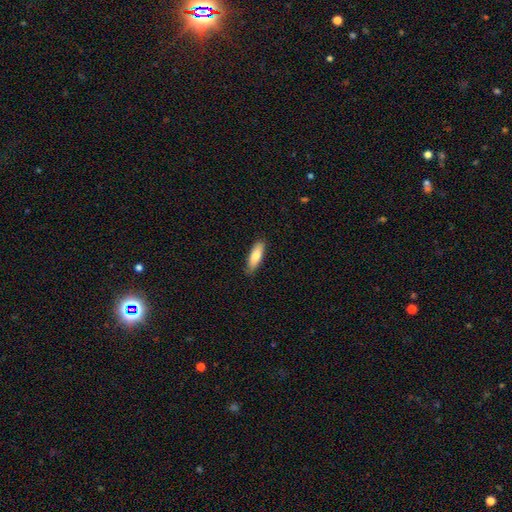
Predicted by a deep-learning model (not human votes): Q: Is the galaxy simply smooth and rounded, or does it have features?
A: smooth — 79%.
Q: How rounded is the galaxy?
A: in between — 50%.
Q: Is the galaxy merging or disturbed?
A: none — 86%.